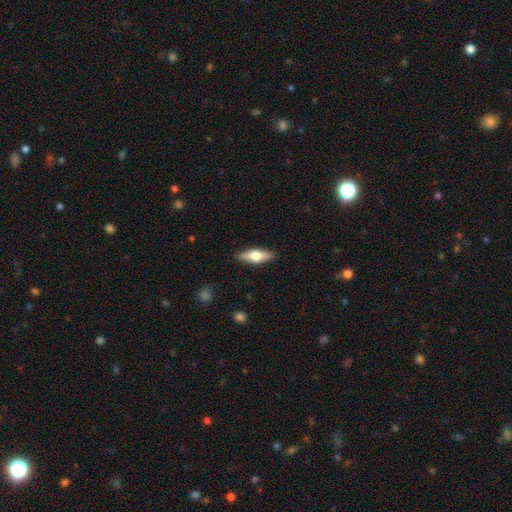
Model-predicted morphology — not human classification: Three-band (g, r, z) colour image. It shows a smooth galaxy with no disk features (57%) that is in between round and cigar-shaped (57%). Merging: none (89%).